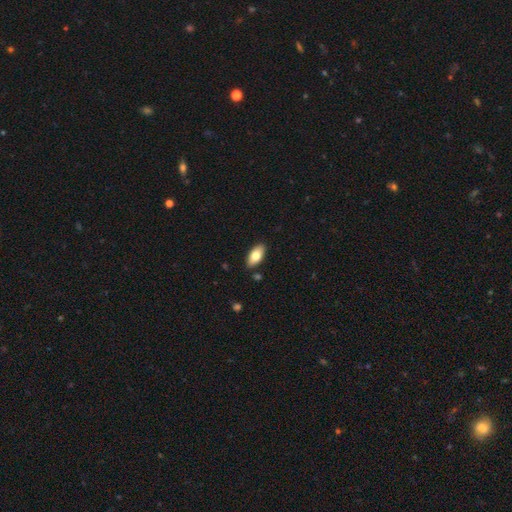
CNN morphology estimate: A smooth galaxy with no disk features (76%) that is in between round and cigar-shaped (92%).

Vote fractions:
- Smooth or featured? smooth: 76% / featured or disk: 17% / star or artifact: 7%
- How rounded? in between: 92% / cigar-shaped: 6% / round: 3%
- Merging? none: 87% / minor disturbance: 9% / major disturbance: 2% / merger: 2%